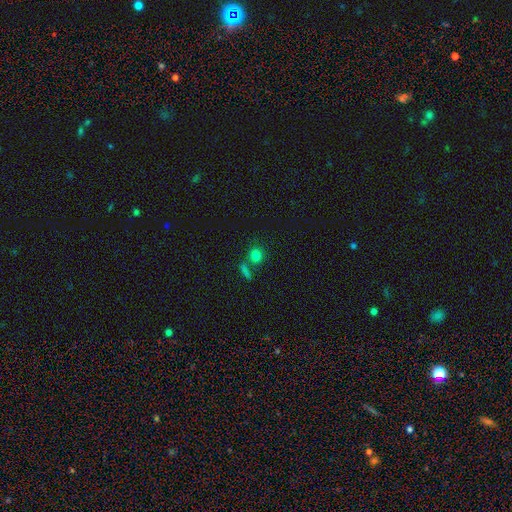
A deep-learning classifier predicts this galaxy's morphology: Smooth or featured: smooth — 79% (star or artifact — 14%)
How rounded: round — 75% (in between — 21%)
Merging: none — 67% (merger — 18%)